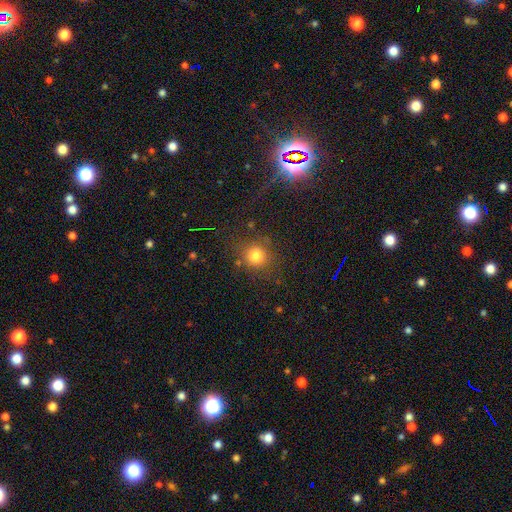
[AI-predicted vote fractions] Smooth or featured?
  - smooth: 78% *
  - star or artifact: 15%
  - featured or disk: 6%
How rounded?
  - round: 90% *
  - in between: 9%
  - cigar-shaped: 1%
Merging?
  - none: 81% *
  - minor disturbance: 10%
  - major disturbance: 5%
  - merger: 4%